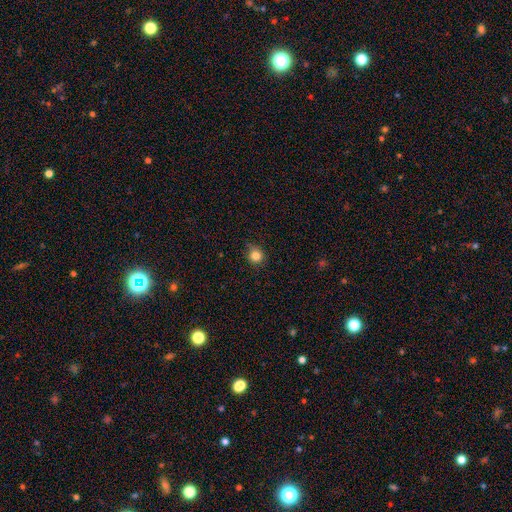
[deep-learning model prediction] Overall: smooth (82%). How rounded: round (90%). Merging: none (73%).